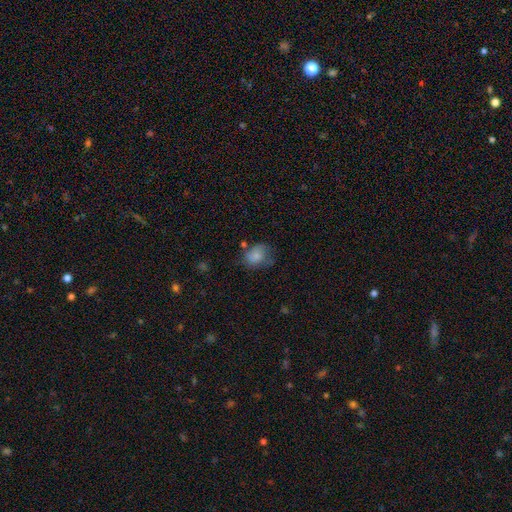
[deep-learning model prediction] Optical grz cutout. It shows a smooth galaxy with no disk features (79%) that is in between round and cigar-shaped (54%). Merging: none (52%).